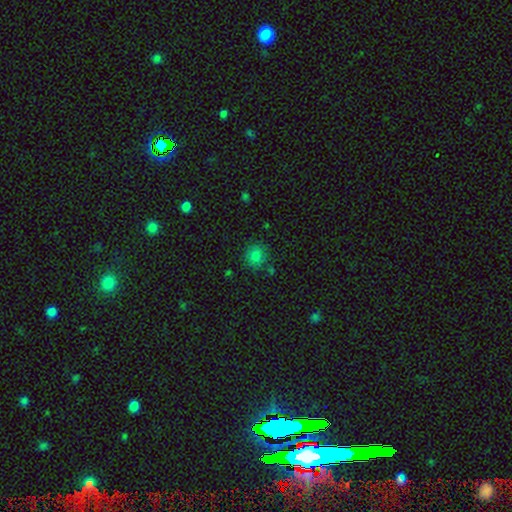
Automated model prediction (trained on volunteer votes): Overall: smooth (82%). How rounded: round (85%). Merging: none (81%).